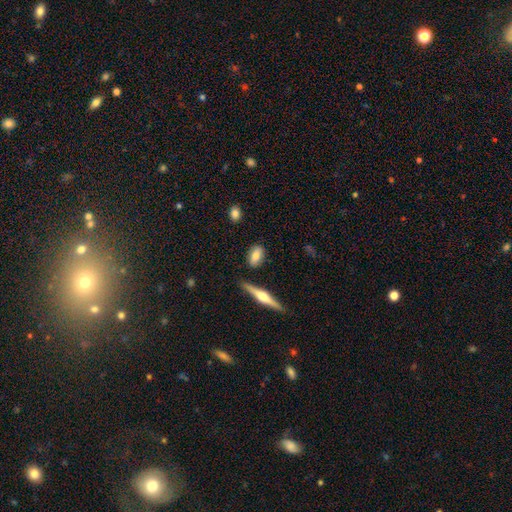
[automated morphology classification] Smooth or featured? smooth (71%)
How rounded? in between (80%)
Merging? none (83%)